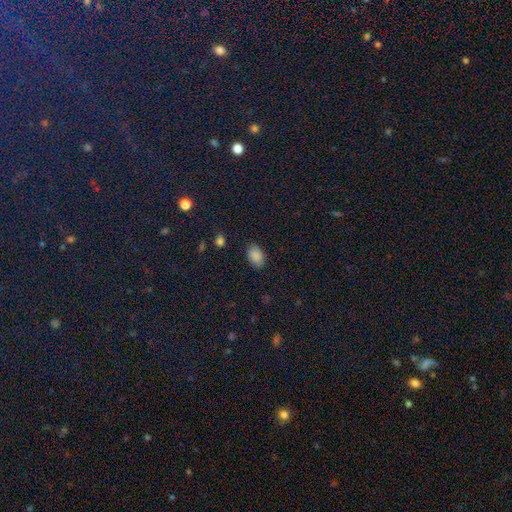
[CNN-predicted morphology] Q: Smooth or featured?
A: smooth (86%); runner-up: star or artifact (9%)
Q: How rounded?
A: in between (88%); runner-up: round (10%)
Q: Merging?
A: none (85%); runner-up: minor disturbance (11%)